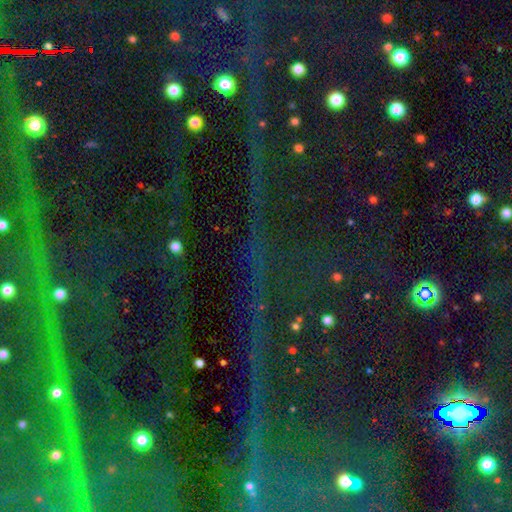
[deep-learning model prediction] A star or artifact, not a galaxy (84%).

Vote fractions:
- Smooth or featured? star or artifact: 84% / smooth: 8% / featured or disk: 8%